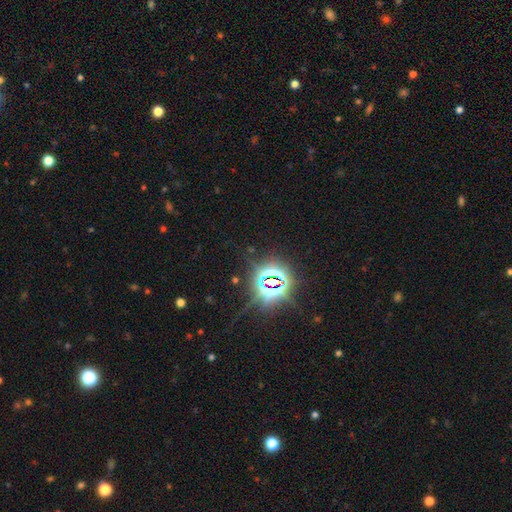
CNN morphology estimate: Smooth or featured? star or artifact (83%)